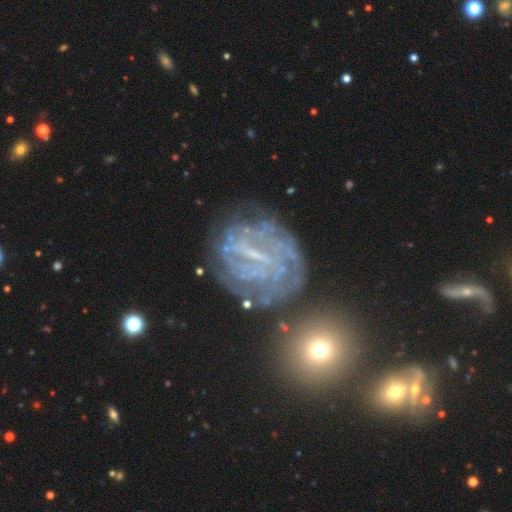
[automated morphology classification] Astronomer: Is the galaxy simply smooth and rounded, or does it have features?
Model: featured or disk — 76%.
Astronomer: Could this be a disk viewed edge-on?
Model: no — 96%.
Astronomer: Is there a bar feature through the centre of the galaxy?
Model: strong — 41% (runner-up: weak, 40%).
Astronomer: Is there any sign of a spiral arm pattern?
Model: yes — 89%.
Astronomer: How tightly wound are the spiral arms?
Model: tight — 69%.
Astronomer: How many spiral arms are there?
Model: can't tell — 43%.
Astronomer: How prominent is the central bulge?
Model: small — 60%.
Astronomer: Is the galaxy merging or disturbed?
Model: none — 66%.